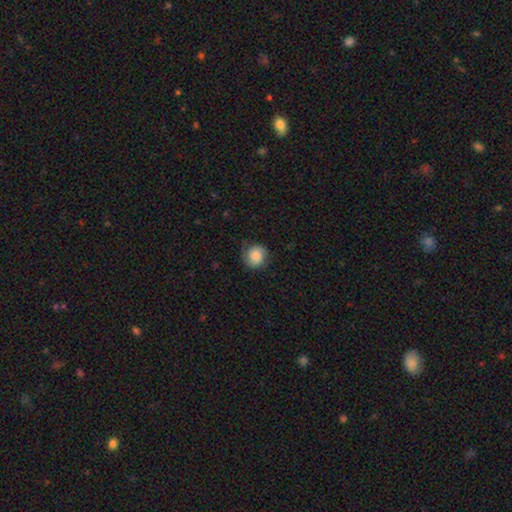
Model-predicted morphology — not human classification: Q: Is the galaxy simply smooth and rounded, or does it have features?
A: smooth — 74%.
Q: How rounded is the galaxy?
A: round — 83%.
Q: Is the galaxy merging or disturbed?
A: none — 68%.